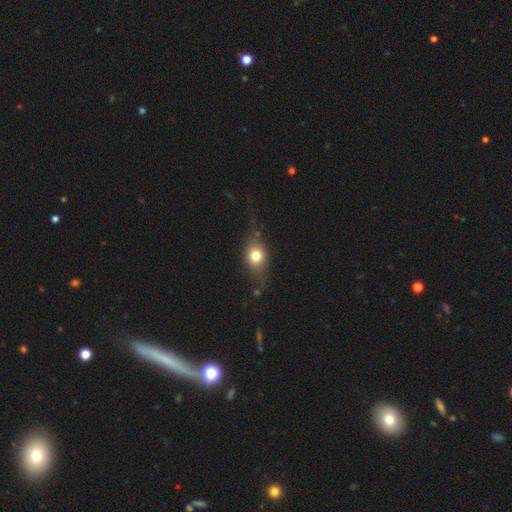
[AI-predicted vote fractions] smooth_or_featured: smooth (p=0.67) [alt: featured or disk p=0.23]
how_rounded: in between (p=0.48) [alt: round p=0.47]
merging: none (p=0.62) [alt: minor disturbance p=0.24]